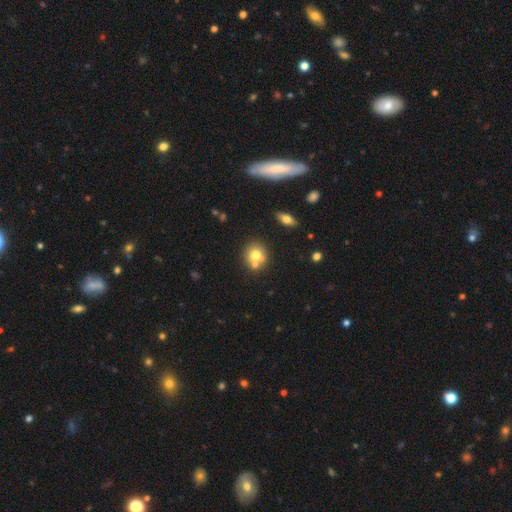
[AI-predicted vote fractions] A smooth galaxy with no disk features (70%) that is round (83%).

Vote fractions:
- Smooth or featured? smooth: 70% / featured or disk: 19% / star or artifact: 11%
- How rounded? round: 83% / in between: 16% / cigar-shaped: 1%
- Merging? none: 56% / merger: 31% / minor disturbance: 10% / major disturbance: 3%